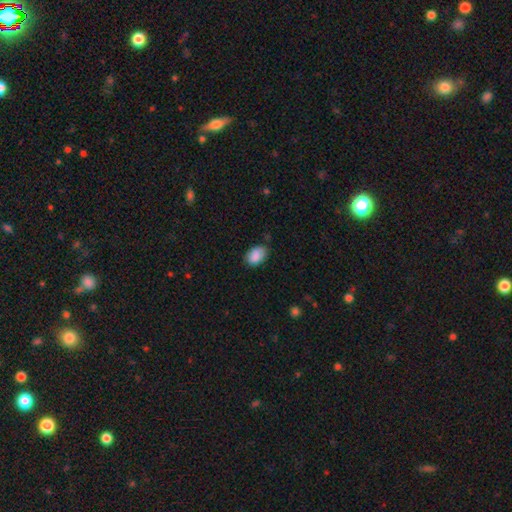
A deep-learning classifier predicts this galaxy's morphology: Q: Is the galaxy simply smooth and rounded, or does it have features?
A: smooth — 87%.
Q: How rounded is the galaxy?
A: in between — 87%.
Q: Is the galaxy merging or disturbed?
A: none — 73%.